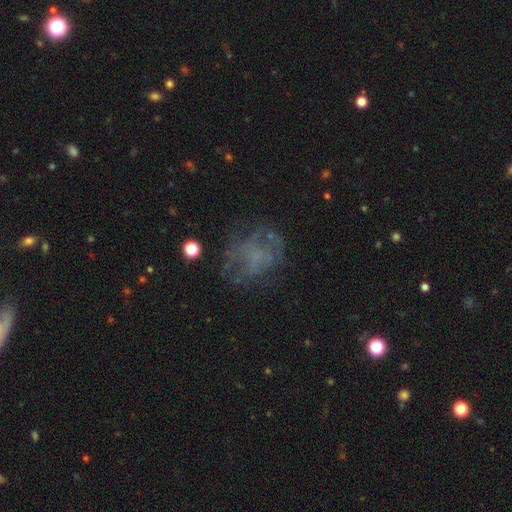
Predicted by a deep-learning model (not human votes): Smooth or featured? featured or disk (48%)
Merging? none (55%)